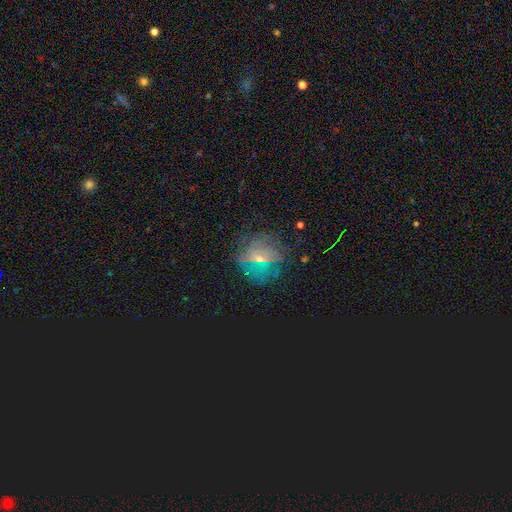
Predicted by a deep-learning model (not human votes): Smooth or featured?
  - star or artifact: 35% *
  - featured or disk: 33%
  - smooth: 32%